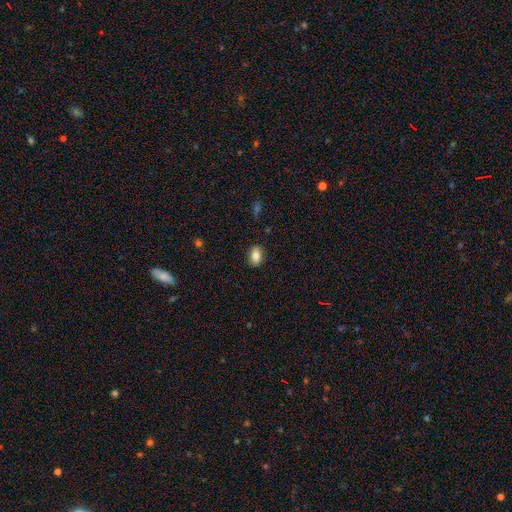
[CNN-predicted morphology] type=smooth (83%); roundness=in between (84%); merging=none (89%).